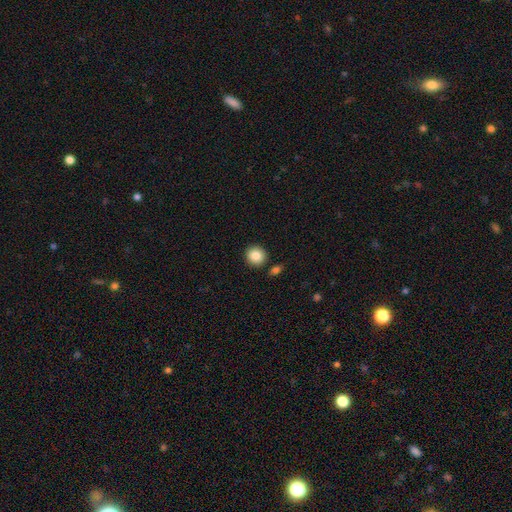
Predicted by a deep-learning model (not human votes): smooth 87%, star or artifact 8%, featured or disk 5%. Down the decision tree: how rounded — round (90%); merging — none (87%).